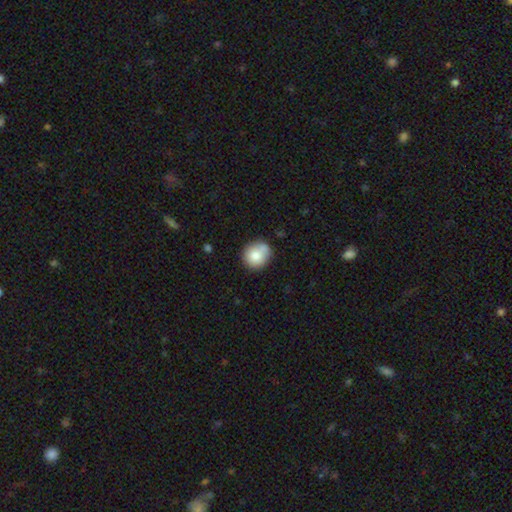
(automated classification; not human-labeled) Morphology: type=smooth (80%); roundness=round (82%); merging=none (67%).